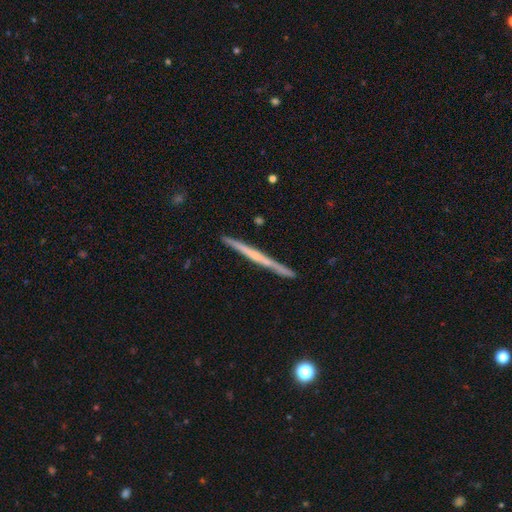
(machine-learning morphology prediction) This appears to be a featured or disk galaxy (63%) viewed edge-on (98%) with no central bulge (67%). Merging: none (90%).